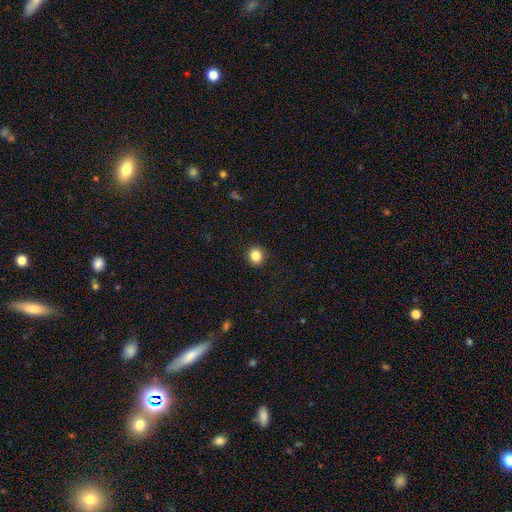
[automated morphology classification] This appears to be a smooth galaxy with no disk features (85%) that is round (85%). Merging: none (90%).